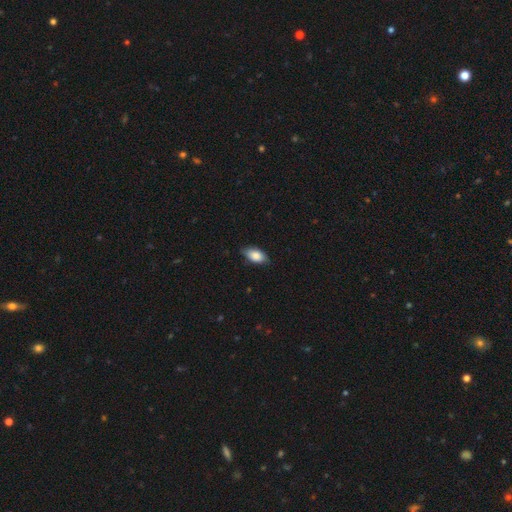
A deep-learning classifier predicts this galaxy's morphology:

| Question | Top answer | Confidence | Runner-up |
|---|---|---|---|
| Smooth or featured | smooth | 84% | featured or disk (10%) |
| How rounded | in between | 91% | round (5%) |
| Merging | none | 79% | minor disturbance (17%) |